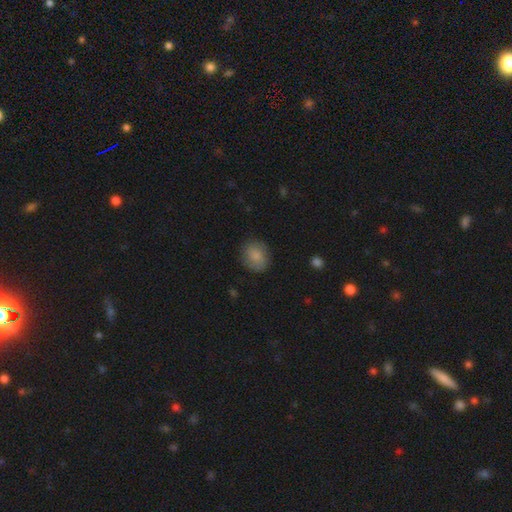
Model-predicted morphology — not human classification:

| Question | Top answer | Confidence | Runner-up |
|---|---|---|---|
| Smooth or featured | smooth | 83% | featured or disk (10%) |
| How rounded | round | 66% | in between (33%) |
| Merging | none | 82% | minor disturbance (13%) |